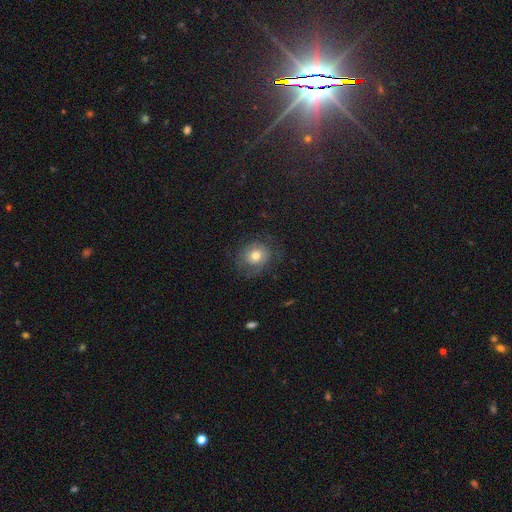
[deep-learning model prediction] Smooth or featured: smooth — 57% (featured or disk — 32%)
How rounded: round — 71% (in between — 28%)
Merging: none — 66% (minor disturbance — 20%)